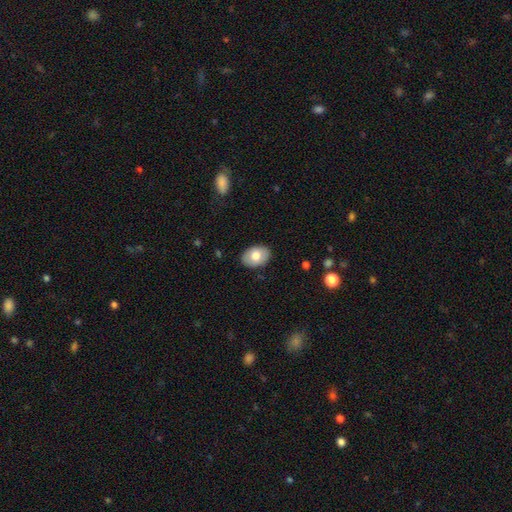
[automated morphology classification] Smooth or featured: smooth — 75% (featured or disk — 18%)
How rounded: in between — 82% (round — 17%)
Merging: none — 88% (minor disturbance — 9%)